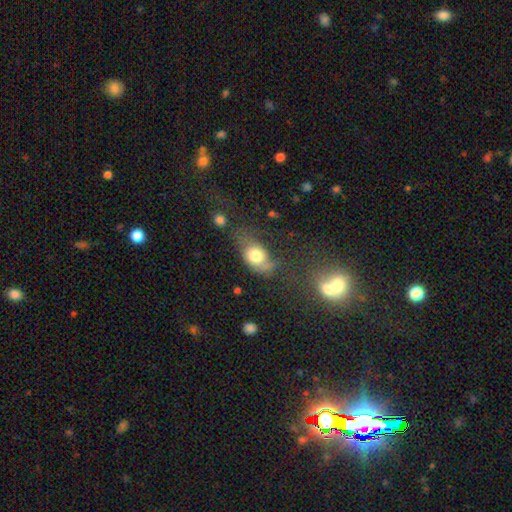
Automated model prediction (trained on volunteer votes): A smooth galaxy with no disk features (71%) that is in between round and cigar-shaped (69%).

Vote fractions:
- Smooth or featured? smooth: 71% / featured or disk: 19% / star or artifact: 10%
- How rounded? in between: 69% / round: 29% / cigar-shaped: 2%
- Merging? none: 35% / minor disturbance: 30% / major disturbance: 28% / merger: 8%